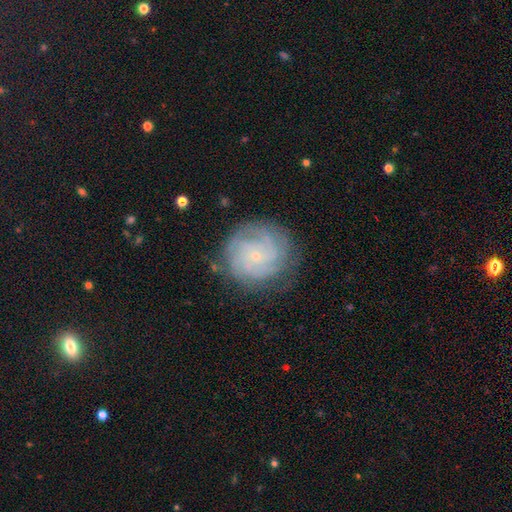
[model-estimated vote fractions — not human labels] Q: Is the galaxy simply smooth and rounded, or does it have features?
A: featured or disk — 77%.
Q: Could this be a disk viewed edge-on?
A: no — 98%.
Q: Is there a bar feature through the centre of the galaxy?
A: no — 80%.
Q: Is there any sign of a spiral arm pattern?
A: yes — 95%.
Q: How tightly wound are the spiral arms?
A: tight — 73%.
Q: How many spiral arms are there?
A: can't tell — 32%.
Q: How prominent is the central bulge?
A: small — 87%.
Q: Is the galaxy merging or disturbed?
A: none — 80%.